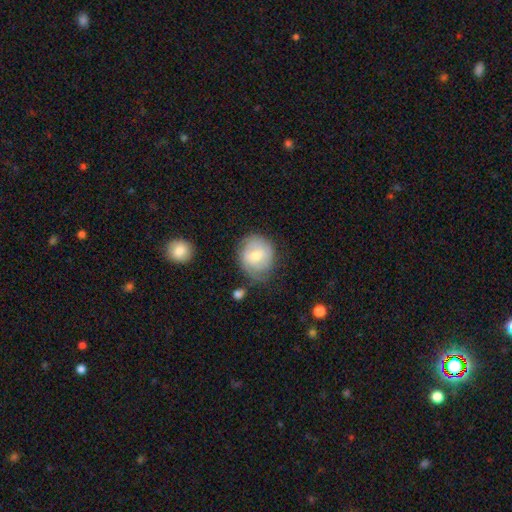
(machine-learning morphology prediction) A smooth galaxy with no disk features (57%) that is round (77%).

Vote fractions:
- Smooth or featured? smooth: 57% / featured or disk: 36% / star or artifact: 7%
- How rounded? round: 77% / in between: 22% / cigar-shaped: 1%
- Merging? none: 62% / minor disturbance: 26% / major disturbance: 9% / merger: 4%